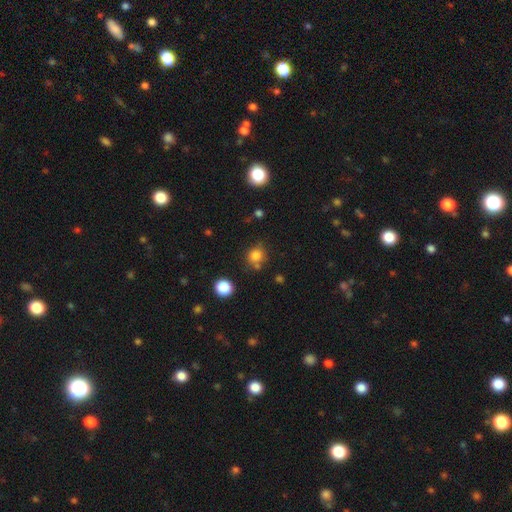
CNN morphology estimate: smooth-or-featured: smooth: 80% | star or artifact: 14% | featured or disk: 6%
  how-rounded: round: 82% | in between: 17% | cigar-shaped: 1%
  merging: none: 69% | minor disturbance: 14% | merger: 12% | major disturbance: 5%